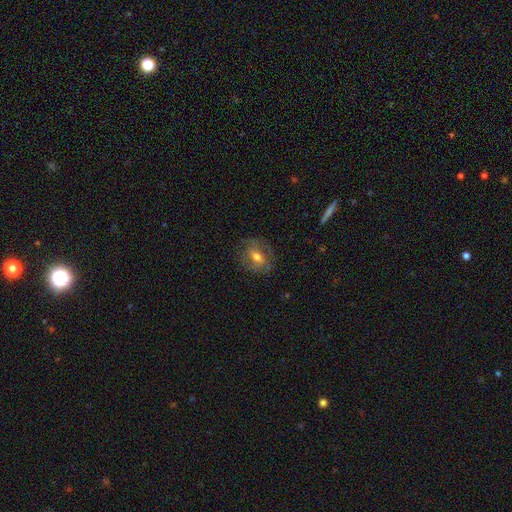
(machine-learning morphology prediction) Smooth or featured?
  - featured or disk: 51% *
  - smooth: 39%
  - star or artifact: 10%
Edge-on disk?
  - no: 91% *
  - yes: 9%
Merging?
  - none: 74% *
  - minor disturbance: 17%
  - major disturbance: 8%
  - merger: 1%